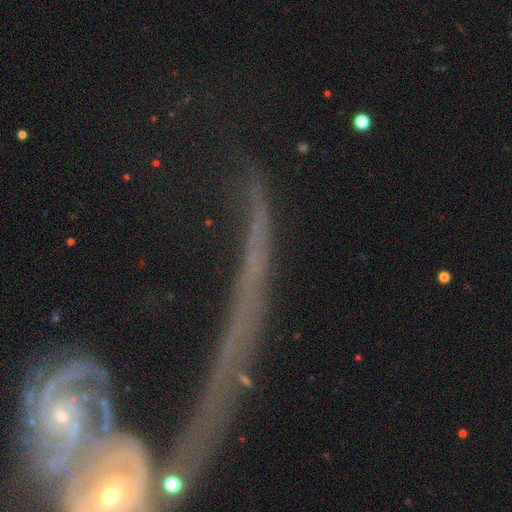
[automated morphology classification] Q: Smooth or featured?
A: star or artifact (56%); runner-up: featured or disk (26%)